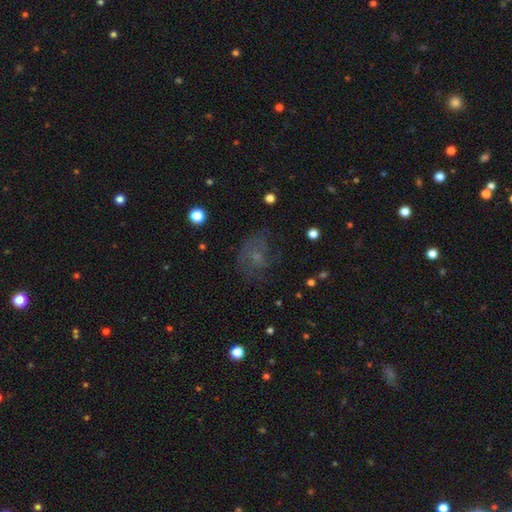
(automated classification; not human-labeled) smooth_or_featured: featured or disk (p=0.41) [alt: smooth p=0.38]
merging: none (p=0.52) [alt: major disturbance p=0.24]